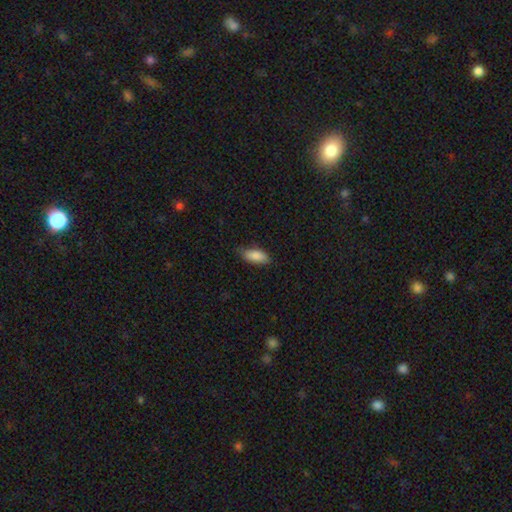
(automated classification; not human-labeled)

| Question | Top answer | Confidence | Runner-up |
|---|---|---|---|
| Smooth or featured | smooth | 87% | star or artifact (6%) |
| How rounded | in between | 84% | cigar-shaped (14%) |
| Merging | none | 75% | minor disturbance (21%) |